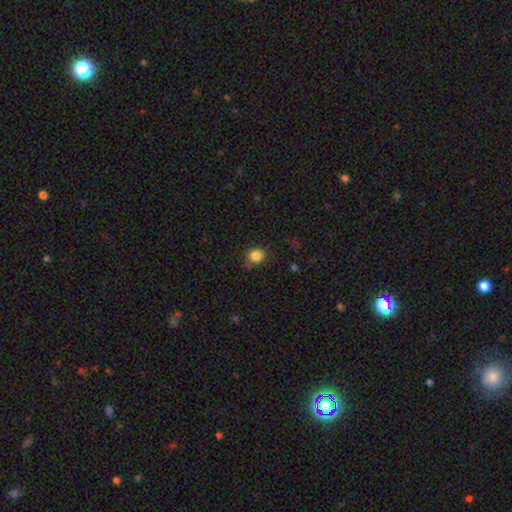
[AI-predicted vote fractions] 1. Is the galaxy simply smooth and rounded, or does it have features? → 84% smooth, 12% star or artifact, 4% featured or disk.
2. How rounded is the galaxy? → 83% round, 16% in between, 1% cigar-shaped.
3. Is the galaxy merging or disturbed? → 77% none, 14% minor disturbance, 4% merger, 4% major disturbance.